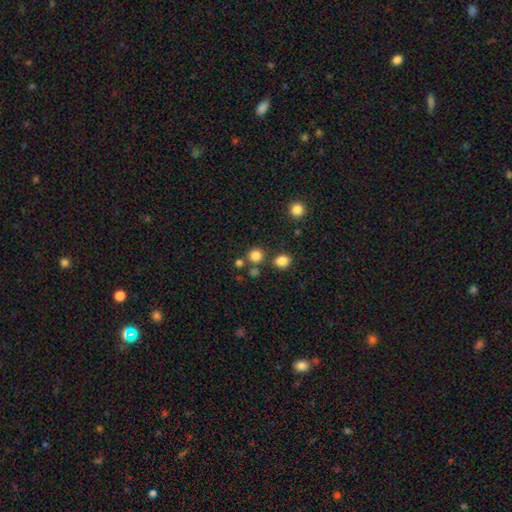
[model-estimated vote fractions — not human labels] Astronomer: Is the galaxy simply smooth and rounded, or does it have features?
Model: smooth — 81%.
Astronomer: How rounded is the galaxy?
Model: round — 90%.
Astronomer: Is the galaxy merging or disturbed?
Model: none — 75%.